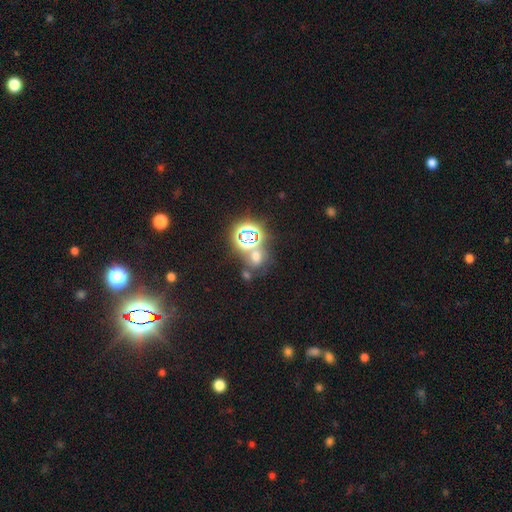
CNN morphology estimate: smooth-or-featured: star or artifact: 48% | smooth: 39% | featured or disk: 13%